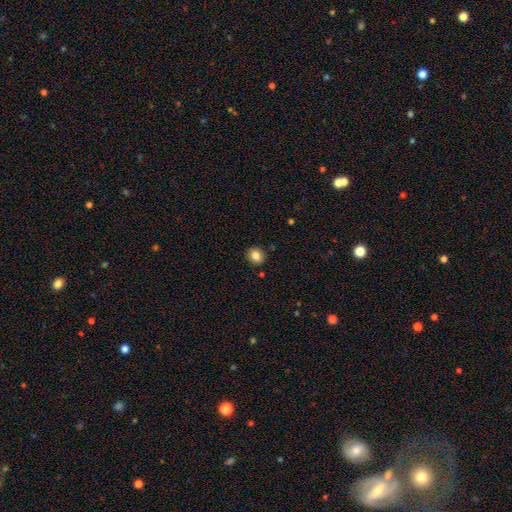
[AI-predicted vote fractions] Q: Smooth or featured?
A: smooth (84%); runner-up: star or artifact (10%)
Q: How rounded?
A: round (68%); runner-up: in between (31%)
Q: Merging?
A: none (88%); runner-up: minor disturbance (8%)